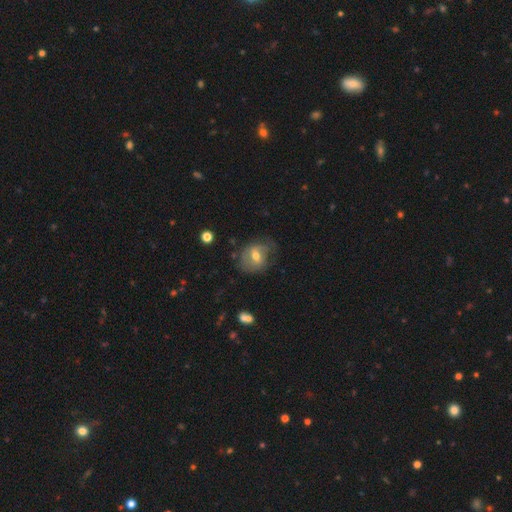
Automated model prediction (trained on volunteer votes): Smooth or featured? Predicted: featured or disk (p=0.48). Merging? Predicted: none (p=0.55).